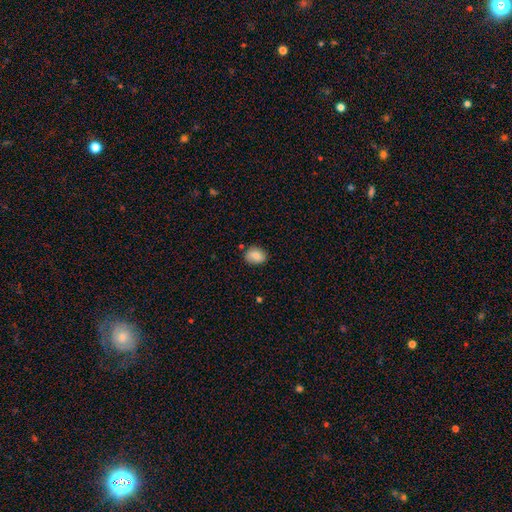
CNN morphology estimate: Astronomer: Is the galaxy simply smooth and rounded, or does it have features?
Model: smooth — 83%.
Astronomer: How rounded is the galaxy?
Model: in between — 62%.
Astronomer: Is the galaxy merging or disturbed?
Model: none — 80%.